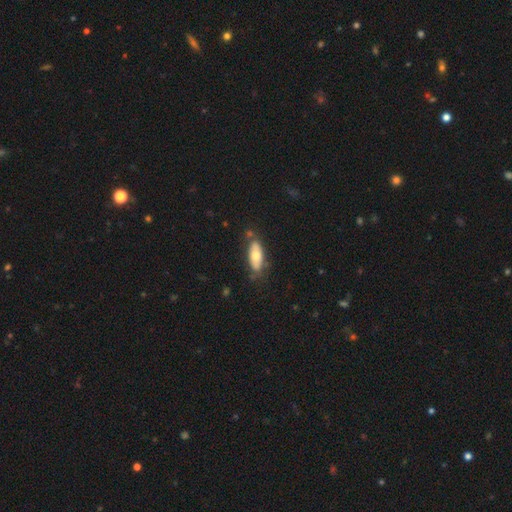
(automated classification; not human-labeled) Overall: smooth (60%; featured or disk 34%). How rounded: in between (77%). Merging: none (69%).